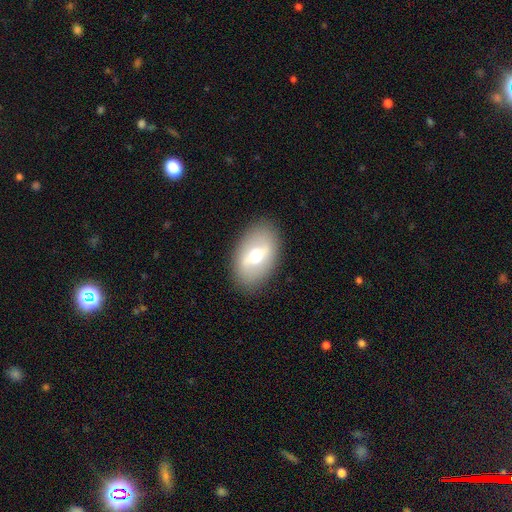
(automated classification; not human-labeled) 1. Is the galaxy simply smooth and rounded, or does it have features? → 48% featured or disk, 45% smooth, 7% star or artifact.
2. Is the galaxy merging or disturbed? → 87% none, 9% minor disturbance, 3% major disturbance, 1% merger.